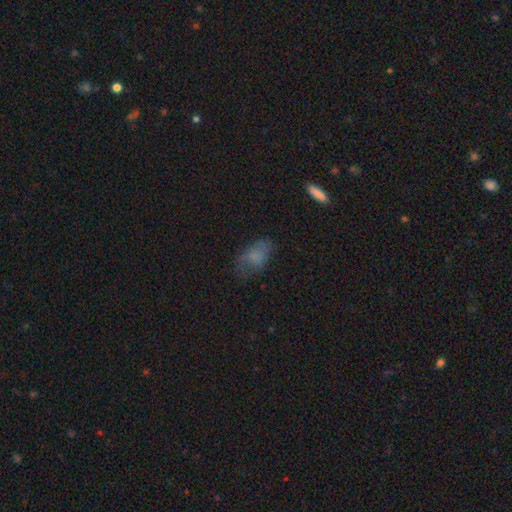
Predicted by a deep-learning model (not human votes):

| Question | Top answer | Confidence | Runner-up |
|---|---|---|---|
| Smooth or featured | smooth | 69% | featured or disk (19%) |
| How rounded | in between | 89% | round (7%) |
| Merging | none | 50% | minor disturbance (29%) |